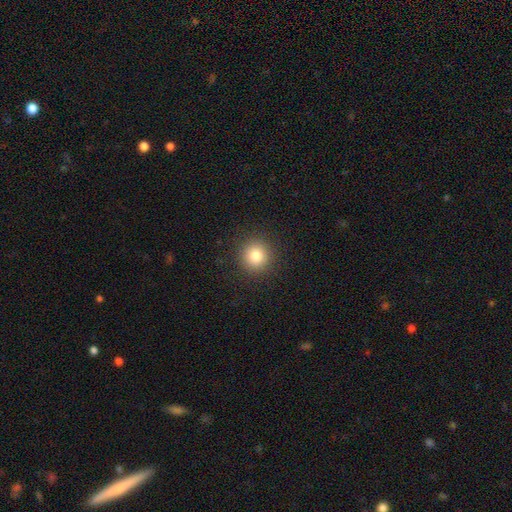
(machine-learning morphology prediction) Smooth or featured: smooth — 82% (star or artifact — 12%)
How rounded: round — 93% (in between — 6%)
Merging: none — 91% (minor disturbance — 6%)